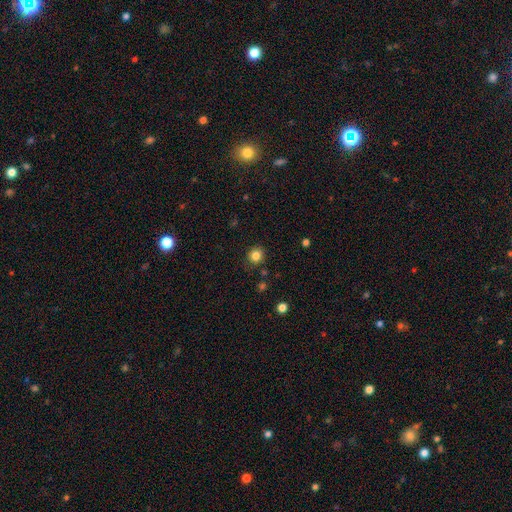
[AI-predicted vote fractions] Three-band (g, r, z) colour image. It shows a smooth galaxy with no disk features (83%) that is round (85%). Merging: none (86%).